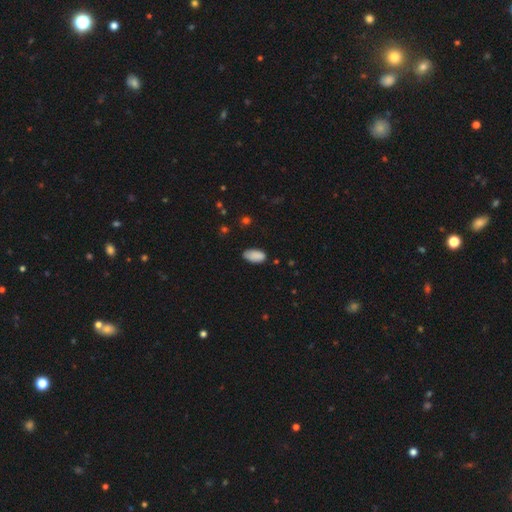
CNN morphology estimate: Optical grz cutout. It shows a smooth galaxy with no disk features (88%) that is in between round and cigar-shaped (94%). Merging: none (73%).